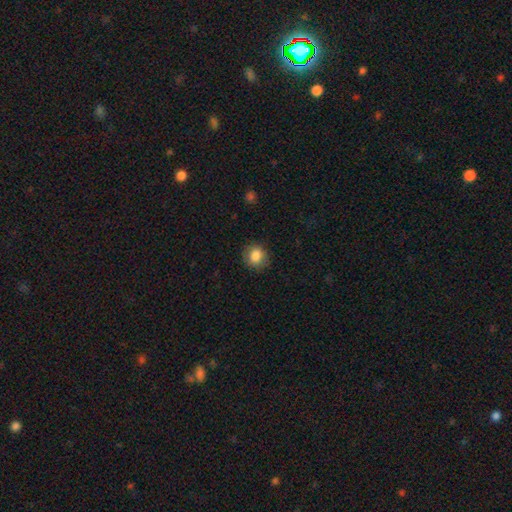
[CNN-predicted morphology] smooth 83%, star or artifact 9%, featured or disk 8%. Down the decision tree: how rounded — round (76%); merging — none (81%).